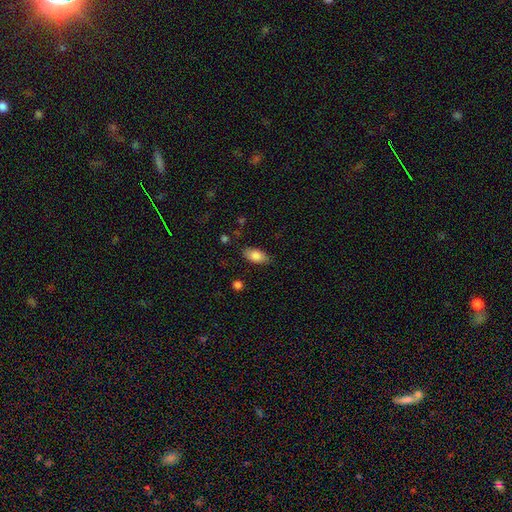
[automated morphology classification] The model was most divided on "merging": none: 83%, minor disturbance: 13%, major disturbance: 3%, merger: 1%. More confident: how rounded — in between (91%); smooth or featured — smooth (83%).